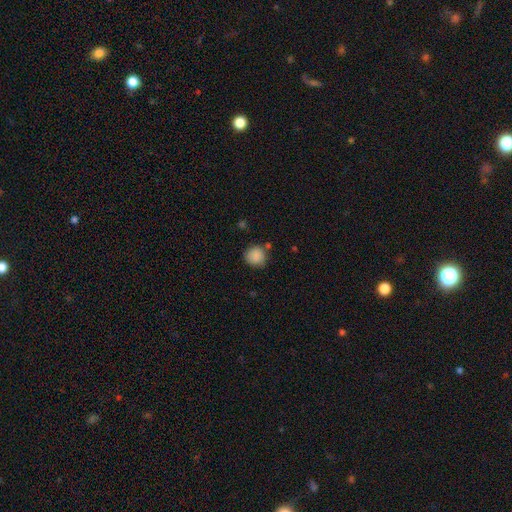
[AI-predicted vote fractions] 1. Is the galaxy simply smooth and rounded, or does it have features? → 88% smooth, 9% star or artifact, 4% featured or disk.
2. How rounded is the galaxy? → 89% round, 10% in between, 1% cigar-shaped.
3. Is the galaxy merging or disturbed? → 76% none, 15% minor disturbance, 5% merger, 4% major disturbance.